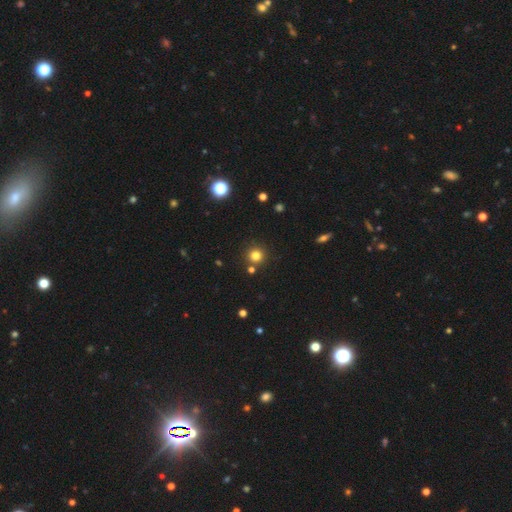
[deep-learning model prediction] smooth 80%, star or artifact 15%, featured or disk 5%. Down the decision tree: how rounded — round (94%); merging — none (84%).